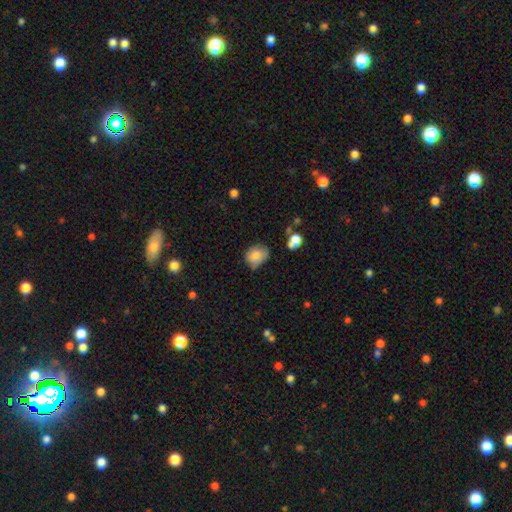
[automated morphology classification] smooth-or-featured: smooth: 81% | star or artifact: 9% | featured or disk: 9%
  how-rounded: round: 62% | in between: 38% | cigar-shaped: 1%
  merging: none: 55% | minor disturbance: 33% | major disturbance: 8% | merger: 4%